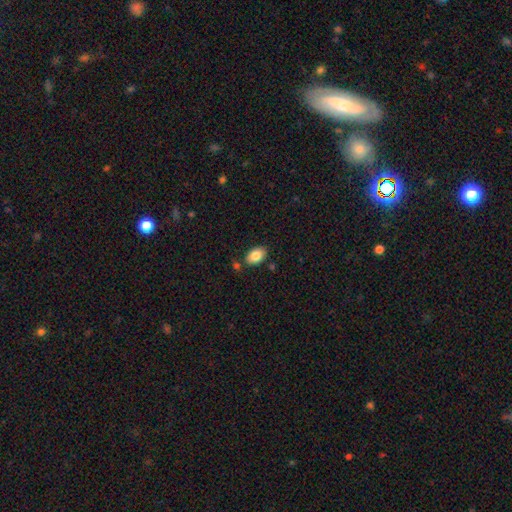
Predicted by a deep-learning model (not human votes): The model was most divided on "merging": none: 79%, minor disturbance: 12%, merger: 7%, major disturbance: 3%. More confident: how rounded — in between (89%); smooth or featured — smooth (85%).